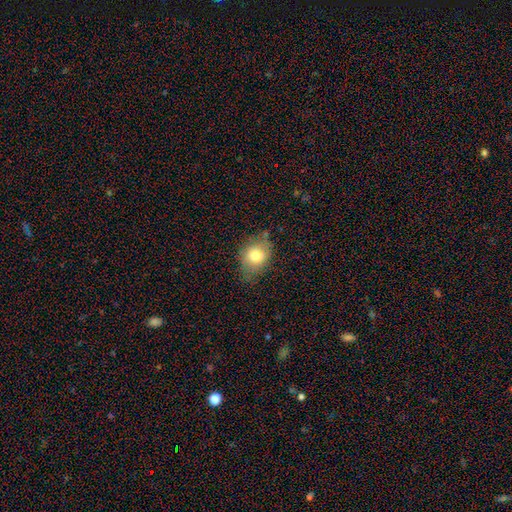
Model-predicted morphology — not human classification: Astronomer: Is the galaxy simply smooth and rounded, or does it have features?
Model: smooth — 76%.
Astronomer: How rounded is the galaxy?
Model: in between — 57% (runner-up: round, 42%).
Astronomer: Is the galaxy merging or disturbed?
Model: none — 65%.